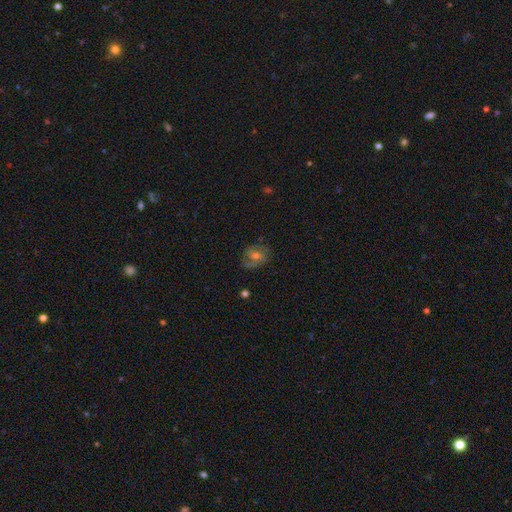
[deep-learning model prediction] The model was most divided on "bar": weak: 44%, no: 43%, strong: 12%. Remaining: edge-on disk — no (97%); spiral arms — yes (87%); merging — none (73%); spiral arm count — 2 (66%); smooth or featured — featured or disk (64%); bulge size — moderate (53%); spiral winding — medium (48%).